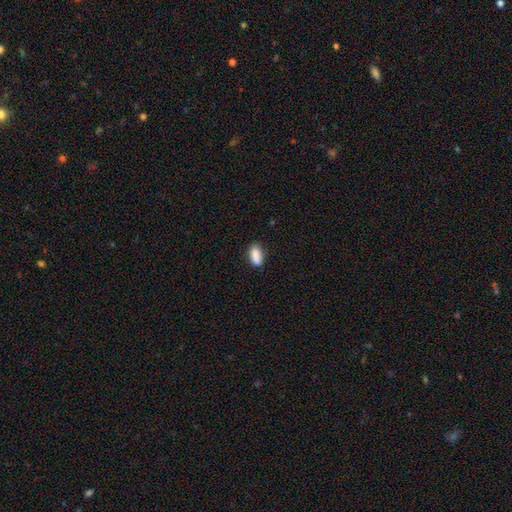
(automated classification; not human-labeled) Smooth or featured? Predicted: smooth (p=0.88). How rounded? Predicted: in between (p=0.84). Merging? Predicted: none (p=0.83).